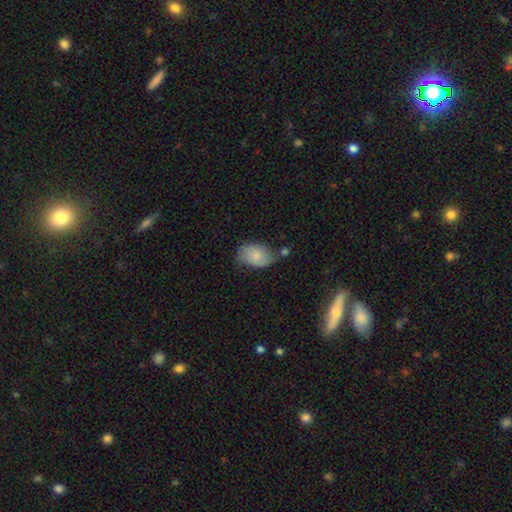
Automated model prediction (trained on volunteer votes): Q: Smooth or featured?
A: smooth (69%); runner-up: featured or disk (24%)
Q: How rounded?
A: in between (86%); runner-up: round (13%)
Q: Merging?
A: none (46%); runner-up: minor disturbance (32%)